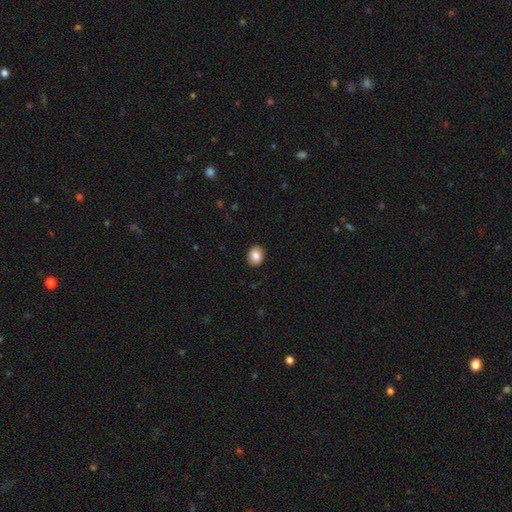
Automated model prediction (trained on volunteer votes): Smooth or featured? smooth (84%)
How rounded? round (51%)
Merging? none (90%)